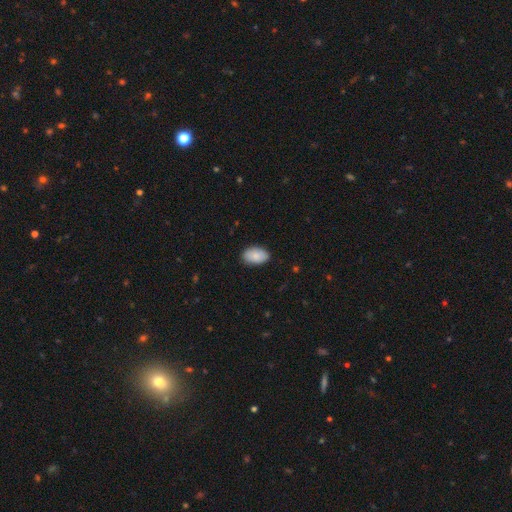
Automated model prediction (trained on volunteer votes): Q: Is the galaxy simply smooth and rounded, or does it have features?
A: smooth — 87%.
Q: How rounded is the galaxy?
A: in between — 93%.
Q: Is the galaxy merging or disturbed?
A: none — 86%.